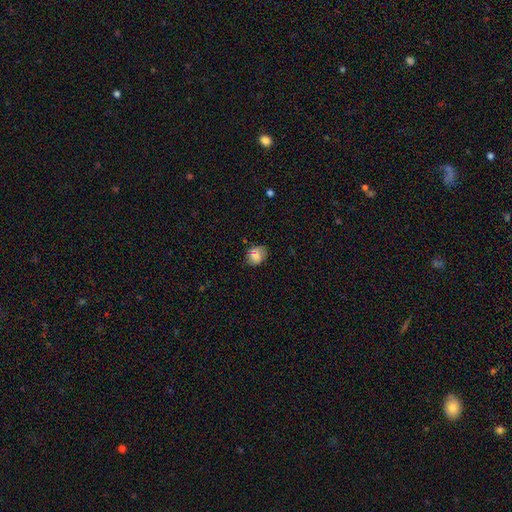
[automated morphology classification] Q: Smooth or featured?
A: smooth (75%); runner-up: featured or disk (16%)
Q: How rounded?
A: round (62%); runner-up: in between (37%)
Q: Merging?
A: none (67%); runner-up: minor disturbance (25%)